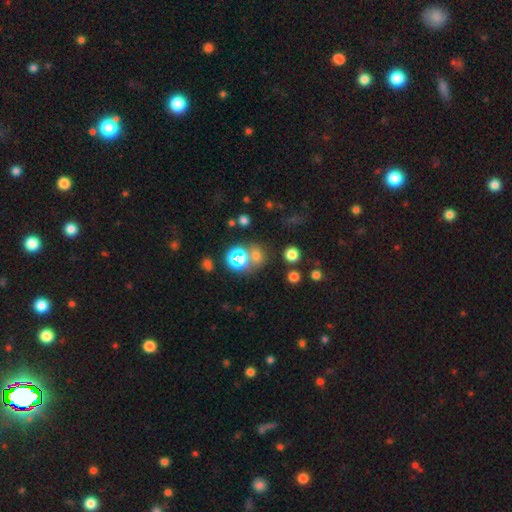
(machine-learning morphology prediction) type=smooth (56%); roundness=round (76%); merging=none (62%).